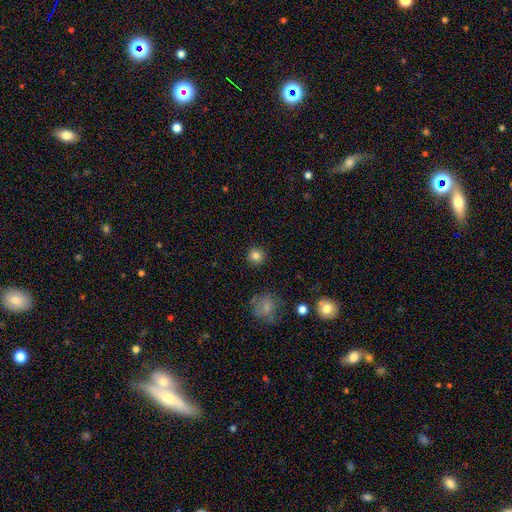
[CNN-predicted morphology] Overall: smooth (83%). How rounded: round (94%). Merging: none (91%).